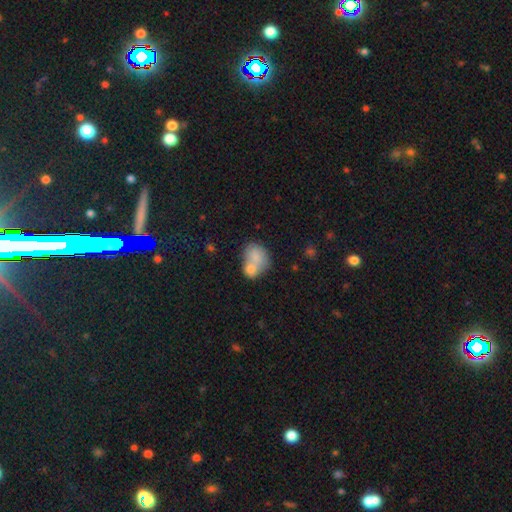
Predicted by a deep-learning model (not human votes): This appears to be a smooth galaxy with no disk features (76%) that is in between round and cigar-shaped (59%). Merging: merger (60%).